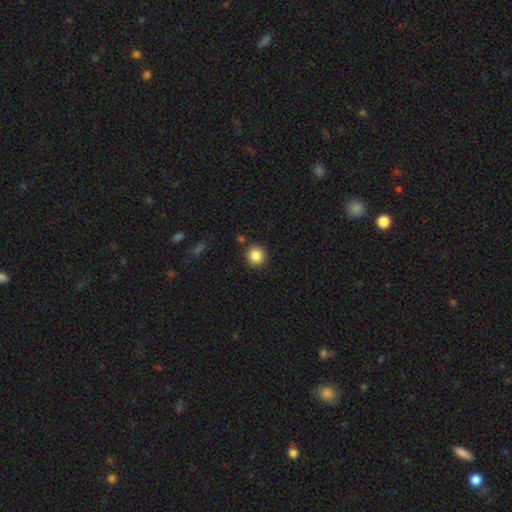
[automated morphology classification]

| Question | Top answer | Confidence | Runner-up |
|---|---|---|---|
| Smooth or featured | smooth | 86% | star or artifact (10%) |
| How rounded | round | 90% | in between (9%) |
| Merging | none | 87% | minor disturbance (7%) |